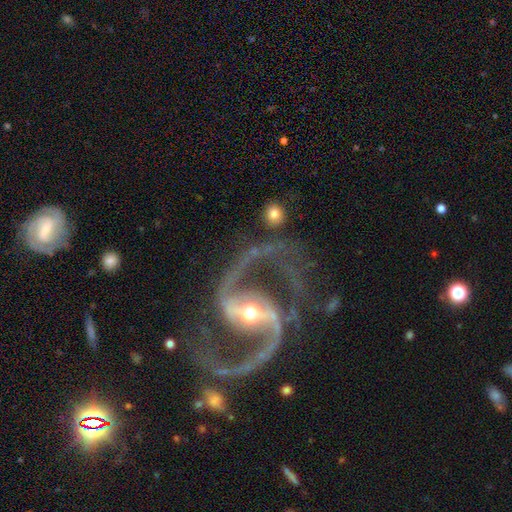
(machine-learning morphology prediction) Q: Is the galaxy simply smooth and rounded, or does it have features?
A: featured or disk — 94%.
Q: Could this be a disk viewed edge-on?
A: no — 98%.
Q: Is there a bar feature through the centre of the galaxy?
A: strong — 58%.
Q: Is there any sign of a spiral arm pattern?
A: yes — 99%.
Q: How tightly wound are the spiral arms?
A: medium — 61%.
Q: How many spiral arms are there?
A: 2 — 95%.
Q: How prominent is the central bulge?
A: moderate — 56%.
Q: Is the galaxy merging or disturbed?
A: none — 73%.